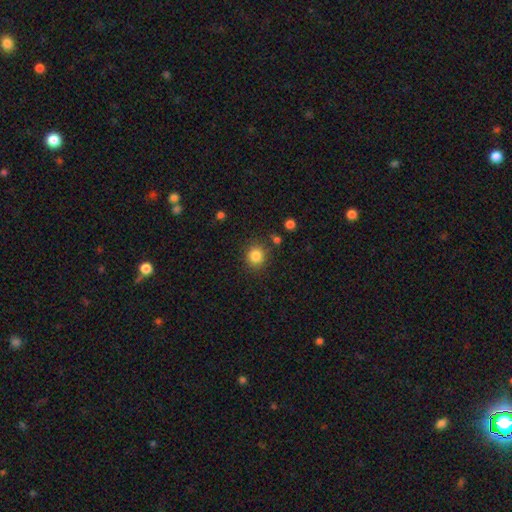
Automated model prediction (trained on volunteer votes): The model was most divided on "how rounded": round: 86%, in between: 13%, cigar-shaped: 1%. More confident: smooth or featured — smooth (85%); merging — none (84%).